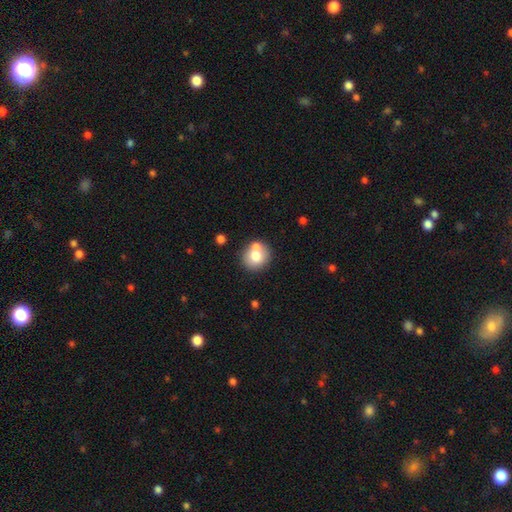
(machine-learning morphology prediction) This is likely a smooth galaxy (72%). How rounded: clearly round (84%). Merging: likely none (62%).